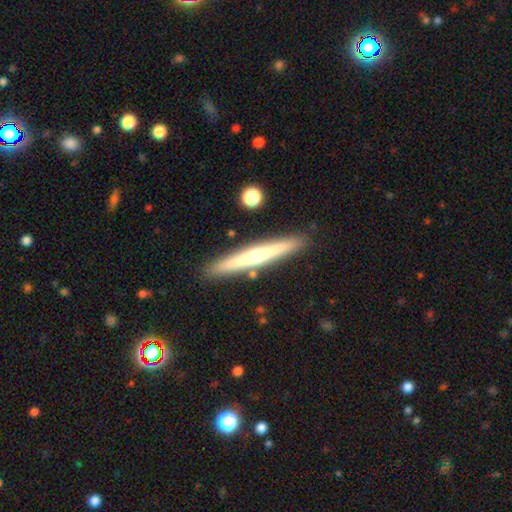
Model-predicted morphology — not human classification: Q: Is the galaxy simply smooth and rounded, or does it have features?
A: featured or disk — 63%.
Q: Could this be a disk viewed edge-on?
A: yes — 96%.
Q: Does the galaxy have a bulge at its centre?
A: rounded — 78%.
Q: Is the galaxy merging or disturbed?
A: none — 90%.